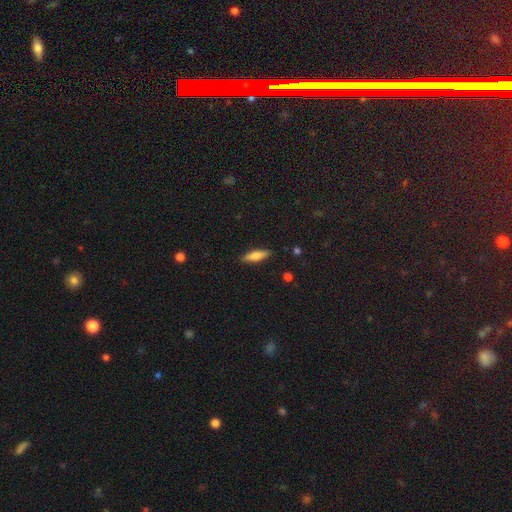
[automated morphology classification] Q: Smooth or featured?
A: smooth (70%); runner-up: featured or disk (24%)
Q: How rounded?
A: cigar-shaped (62%); runner-up: in between (36%)
Q: Merging?
A: none (89%); runner-up: minor disturbance (8%)